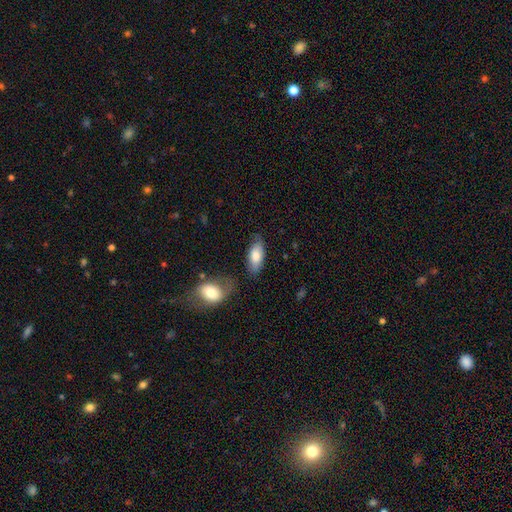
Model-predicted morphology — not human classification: smooth 77%, featured or disk 17%, star or artifact 6%. Down the decision tree: how rounded — in between (88%); merging — none (66%).